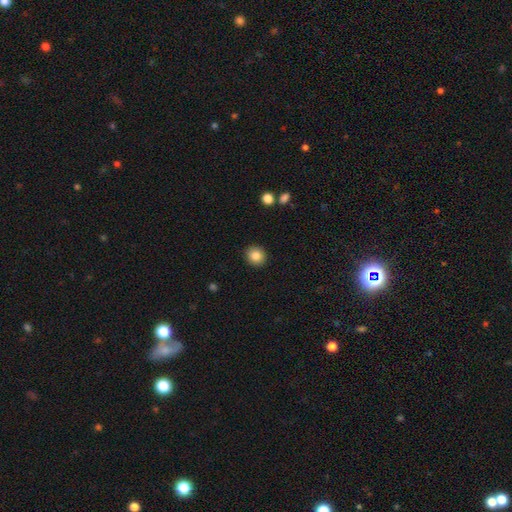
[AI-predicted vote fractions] A smooth galaxy with no disk features (86%) that is round (84%).

Vote fractions:
- Smooth or featured? smooth: 86% / star or artifact: 9% / featured or disk: 5%
- How rounded? round: 84% / in between: 15% / cigar-shaped: 1%
- Merging? none: 91% / minor disturbance: 6% / major disturbance: 2% / merger: 1%